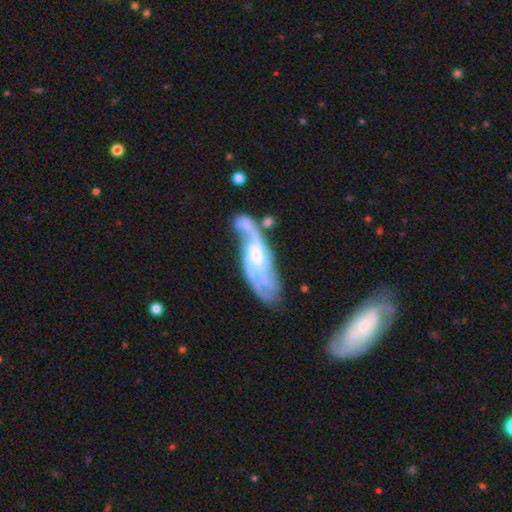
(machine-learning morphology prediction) smooth-or-featured: featured or disk: 84% | smooth: 10% | star or artifact: 6%
  disk-edge-on: no: 90% | yes: 10%
    bar: no: 53% | weak: 36% | strong: 11%
    has-spiral-arms: yes: 94% | no: 6%
      spiral-winding: medium: 46% | tight: 30% | loose: 25%
      spiral-arm-count: 2: 31% | 3: 29% | can't tell: 20% | 4: 10% | 1: 5% | more than 4: 4%
    bulge-size: small: 55% | moderate: 32% | none: 8% | large: 3% | dominant: 1%
  merging: none: 45% | minor disturbance: 22% | major disturbance: 17% | merger: 16%